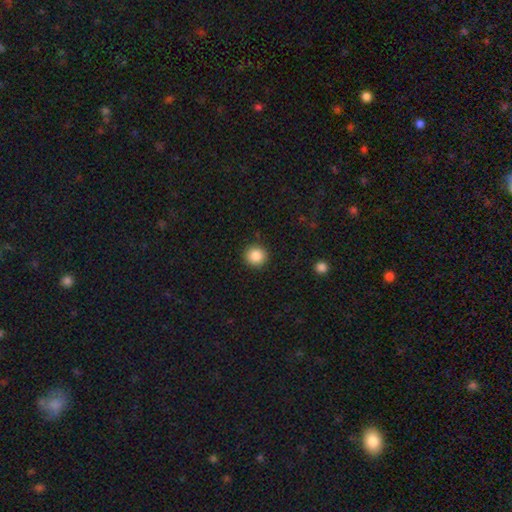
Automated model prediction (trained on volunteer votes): Q: Smooth or featured?
A: smooth (87%); runner-up: star or artifact (9%)
Q: How rounded?
A: round (94%); runner-up: in between (5%)
Q: Merging?
A: none (92%); runner-up: minor disturbance (5%)